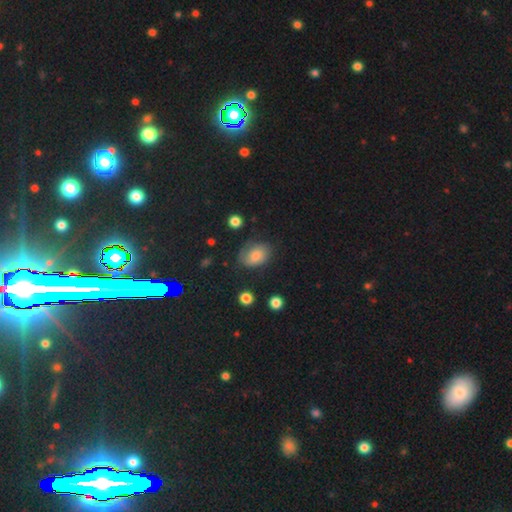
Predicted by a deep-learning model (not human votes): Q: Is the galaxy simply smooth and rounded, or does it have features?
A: smooth — 63%.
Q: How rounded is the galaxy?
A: in between — 74%.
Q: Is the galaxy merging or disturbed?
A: none — 60%.